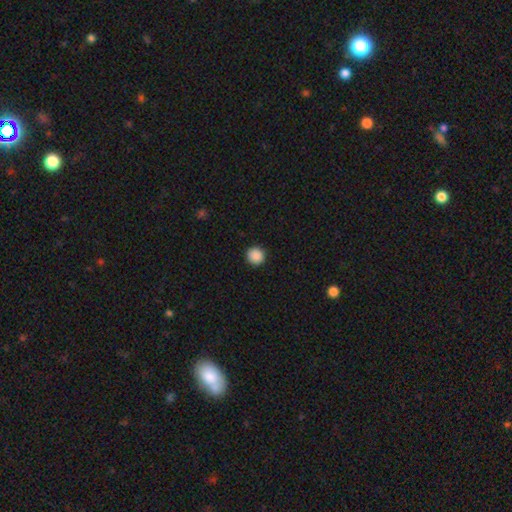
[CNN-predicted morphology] Q: Smooth or featured?
A: smooth (89%); runner-up: star or artifact (9%)
Q: How rounded?
A: round (94%); runner-up: in between (5%)
Q: Merging?
A: none (93%); runner-up: minor disturbance (5%)